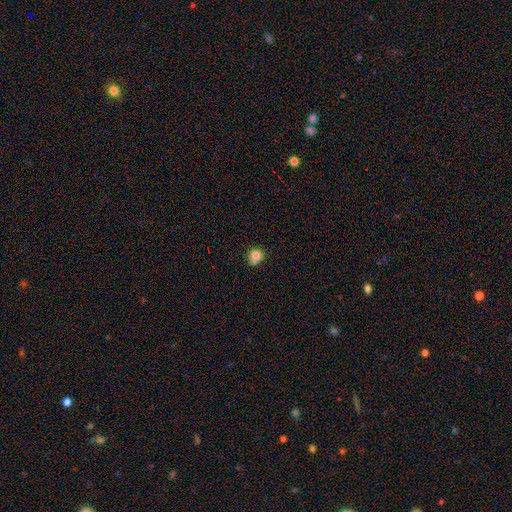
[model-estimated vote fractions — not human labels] The model was most divided on "merging": none: 56%, minor disturbance: 33%, major disturbance: 8%, merger: 3%. More confident: smooth or featured — smooth (82%); how rounded — round (76%).